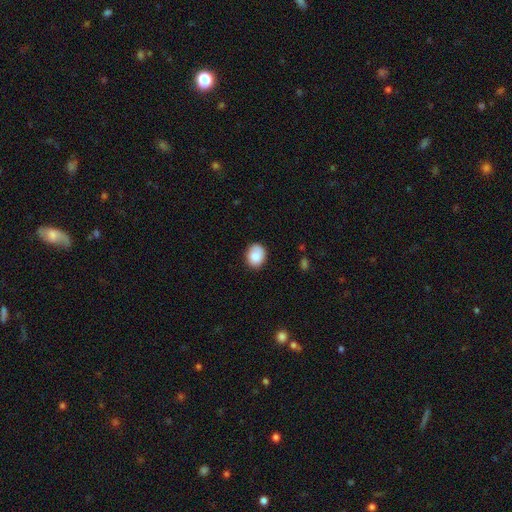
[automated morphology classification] smooth 85%, featured or disk 8%, star or artifact 7%. Down the decision tree: how rounded — round (53%); merging — none (77%).